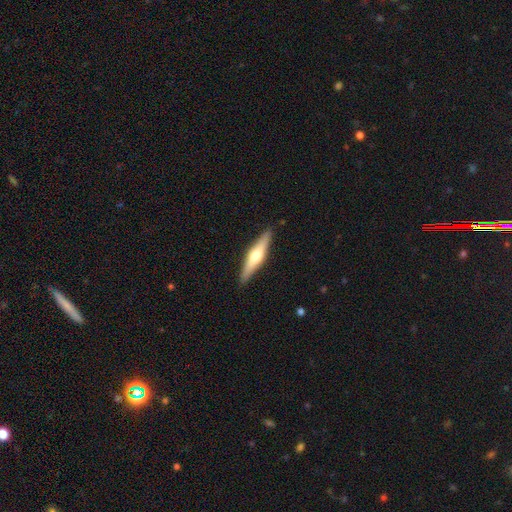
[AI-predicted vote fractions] smooth-or-featured: featured or disk: 60% | smooth: 34% | star or artifact: 5%
  disk-edge-on: yes: 96% | no: 4%
    edge-on-bulge: rounded: 90% | boxy: 6% | none: 3%
  merging: none: 90% | minor disturbance: 7% | major disturbance: 2% | merger: 1%